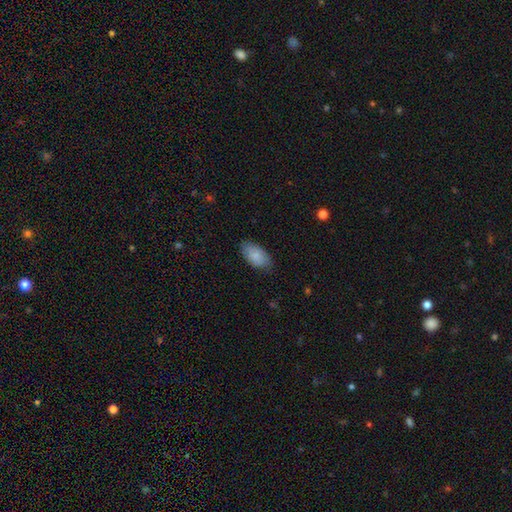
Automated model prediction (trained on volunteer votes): A smooth galaxy with no disk features (78%) that is in between round and cigar-shaped (94%).

Vote fractions:
- Smooth or featured? smooth: 78% / featured or disk: 16% / star or artifact: 6%
- How rounded? in between: 94% / round: 3% / cigar-shaped: 2%
- Merging? none: 77% / minor disturbance: 19% / major disturbance: 3% / merger: 1%